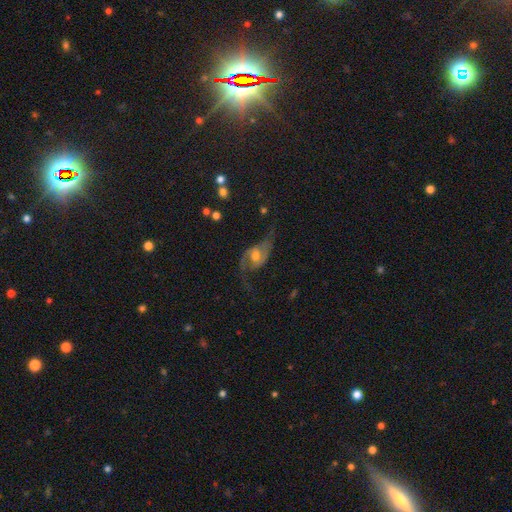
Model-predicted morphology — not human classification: Smooth or featured? featured or disk (81%)
Edge-on disk? no (94%)
Bar? weak (44%)
Spiral arms? yes (92%)
Spiral winding? loose (68%)
Spiral arm count? 2 (91%)
Bulge size? moderate (65%)
Merging? none (58%)